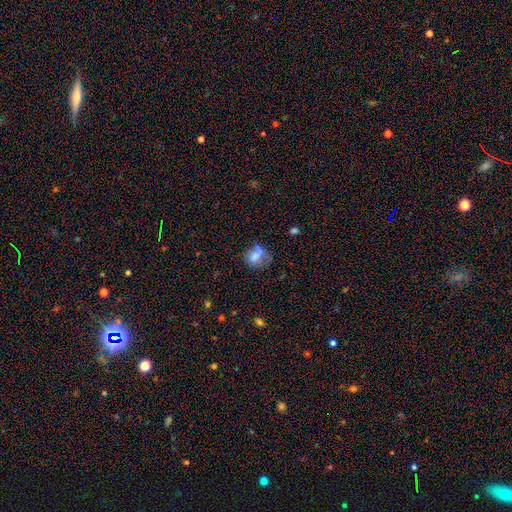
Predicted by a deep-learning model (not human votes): Q: Smooth or featured?
A: smooth (63%); runner-up: featured or disk (23%)
Q: How rounded?
A: in between (52%); runner-up: round (46%)
Q: Merging?
A: none (37%); runner-up: minor disturbance (27%)